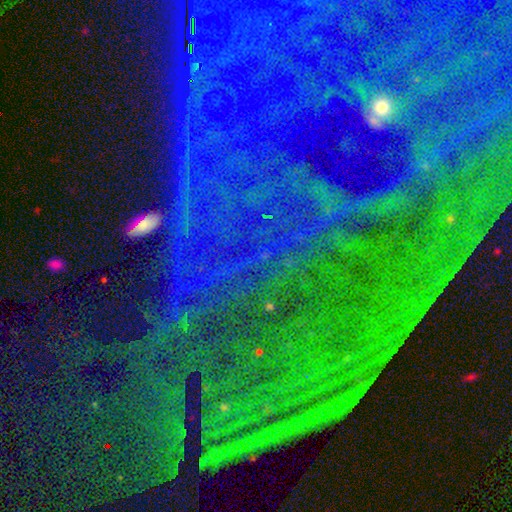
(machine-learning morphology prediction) type=star or artifact (83%).